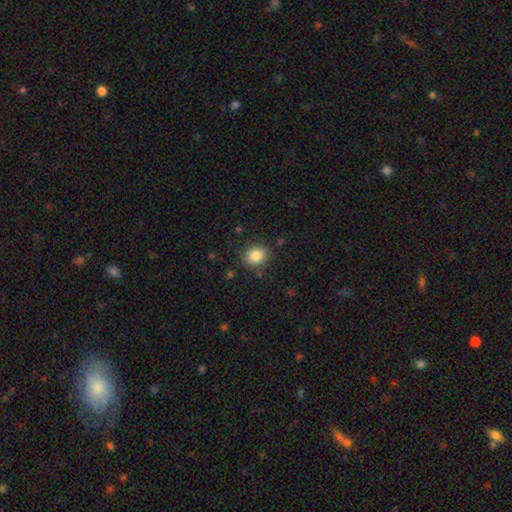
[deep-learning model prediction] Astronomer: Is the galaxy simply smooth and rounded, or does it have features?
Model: smooth — 85%.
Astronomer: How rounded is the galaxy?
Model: round — 60% (runner-up: in between, 39%).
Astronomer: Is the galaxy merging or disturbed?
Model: none — 83%.